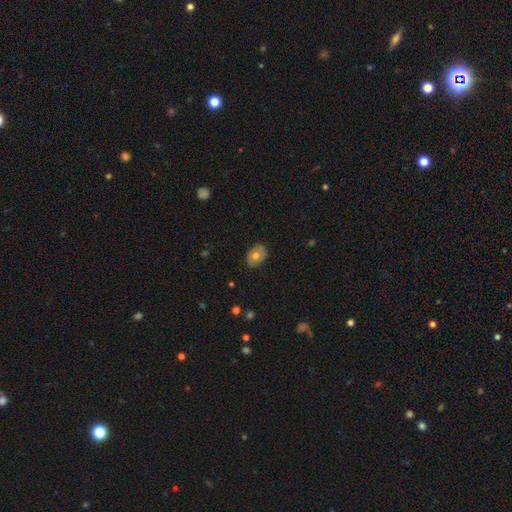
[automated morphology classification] This is likely a smooth galaxy (62%). How rounded: likely in between (69%). Merging: clearly none (83%).